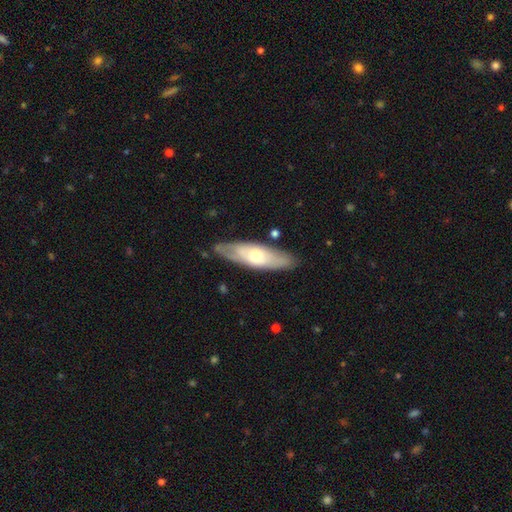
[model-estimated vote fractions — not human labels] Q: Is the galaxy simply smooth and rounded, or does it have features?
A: smooth — 49%.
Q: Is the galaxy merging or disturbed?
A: none — 81%.